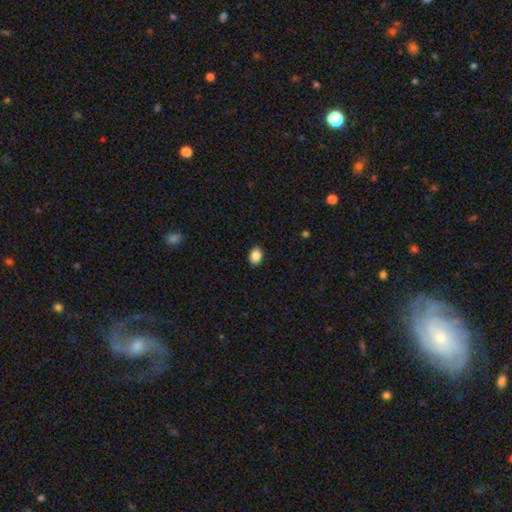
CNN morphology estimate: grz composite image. It shows a smooth galaxy with no disk features (88%) that is in between round and cigar-shaped (68%). Merging: none (90%).